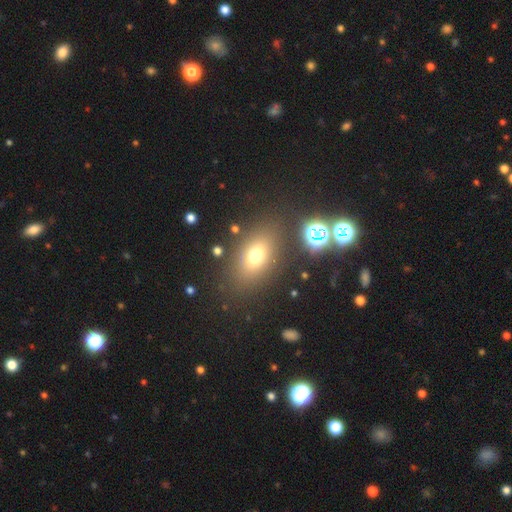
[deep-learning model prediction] Smooth or featured: smooth — 68% (star or artifact — 17%)
How rounded: in between — 77% (round — 19%)
Merging: none — 80% (minor disturbance — 10%)